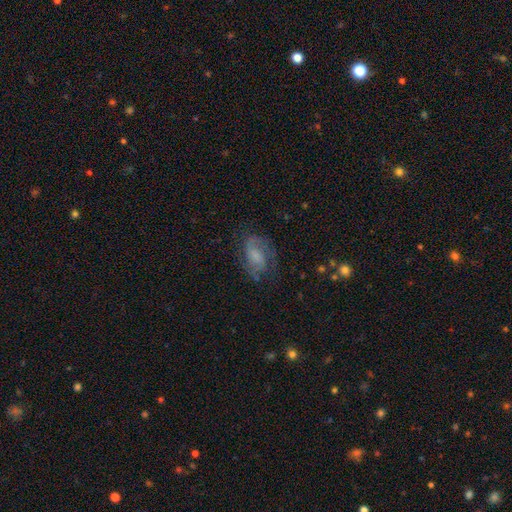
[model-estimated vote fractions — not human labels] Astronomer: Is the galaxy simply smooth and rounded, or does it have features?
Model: featured or disk — 68%.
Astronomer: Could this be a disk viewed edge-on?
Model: no — 97%.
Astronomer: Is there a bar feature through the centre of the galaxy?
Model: no — 53% (runner-up: weak, 38%).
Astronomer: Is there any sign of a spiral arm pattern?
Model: yes — 91%.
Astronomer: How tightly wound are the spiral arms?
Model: medium — 49% (runner-up: tight, 27%).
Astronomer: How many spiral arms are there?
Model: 2 — 77%.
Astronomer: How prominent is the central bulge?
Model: none — 37% (runner-up: small, 25%).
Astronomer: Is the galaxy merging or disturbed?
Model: none — 67%.